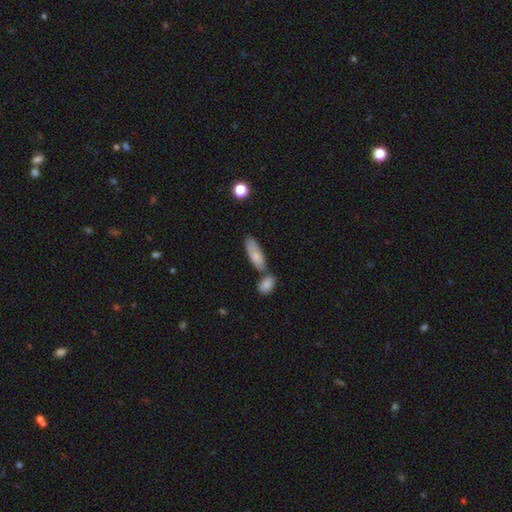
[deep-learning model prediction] Smooth or featured: smooth — 75% (featured or disk — 18%)
How rounded: in between — 67% (cigar-shaped — 31%)
Merging: none — 47% (merger — 32%)